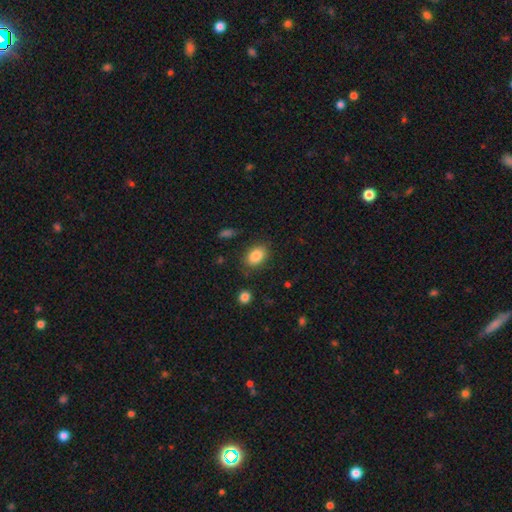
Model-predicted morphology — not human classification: Smooth or featured? smooth (87%)
How rounded? in between (84%)
Merging? none (82%)